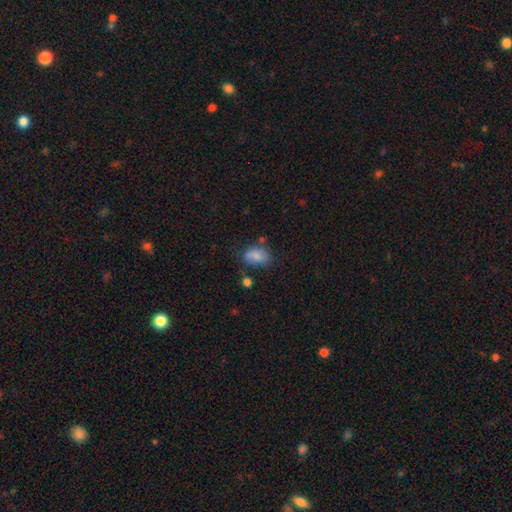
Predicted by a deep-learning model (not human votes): This is clearly a smooth galaxy (81%). How rounded: clearly in between (82%). Merging: possibly none (54%).